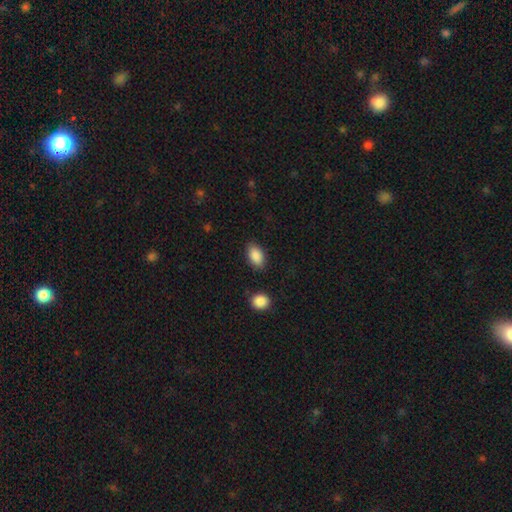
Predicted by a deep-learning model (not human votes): The model was most divided on "merging": none: 84%, minor disturbance: 11%, major disturbance: 3%, merger: 2%. More confident: how rounded — in between (91%); smooth or featured — smooth (88%).